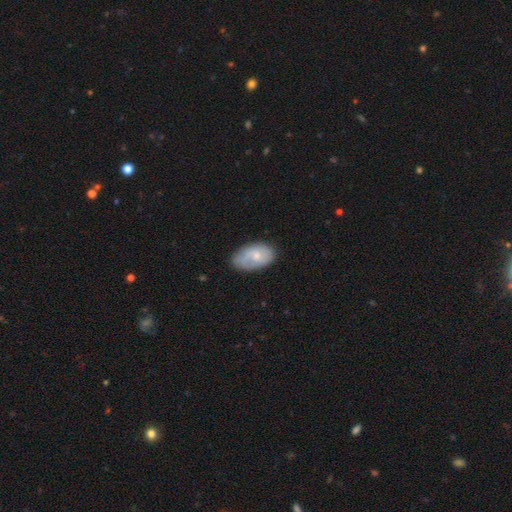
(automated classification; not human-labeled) This appears to be a smooth galaxy with no disk features (54%) that is in between round and cigar-shaped (92%). Merging: none (62%).